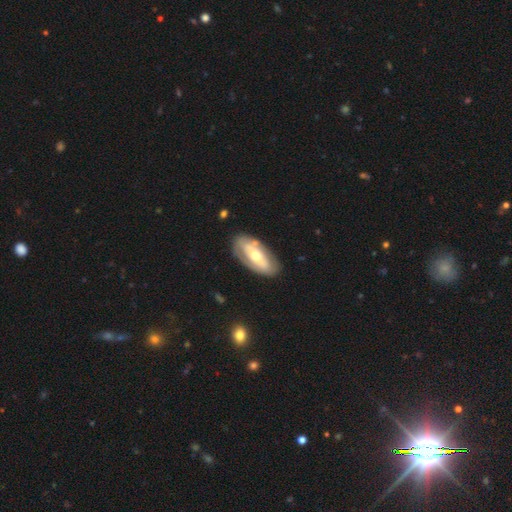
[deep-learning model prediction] This is possibly a featured or disk galaxy (60%). It is clearly not viewed edge-on (88%). Bar: likely no (62%). Spiral arm pattern: likely no (62%). Central bulge: likely moderate (64%). Merging: likely none (75%).